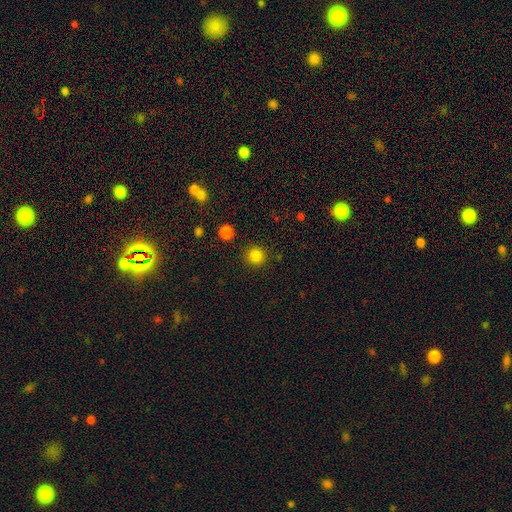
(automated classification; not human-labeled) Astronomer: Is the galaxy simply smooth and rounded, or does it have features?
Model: smooth — 84%.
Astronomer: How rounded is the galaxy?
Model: round — 93%.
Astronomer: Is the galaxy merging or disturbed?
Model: none — 90%.